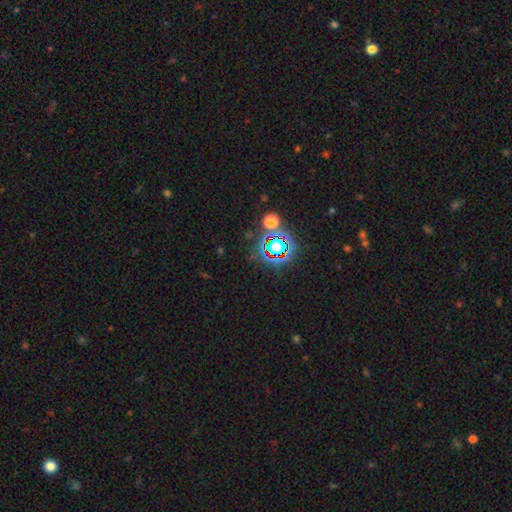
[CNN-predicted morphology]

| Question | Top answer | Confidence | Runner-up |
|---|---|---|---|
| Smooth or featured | star or artifact | 78% | smooth (13%) |